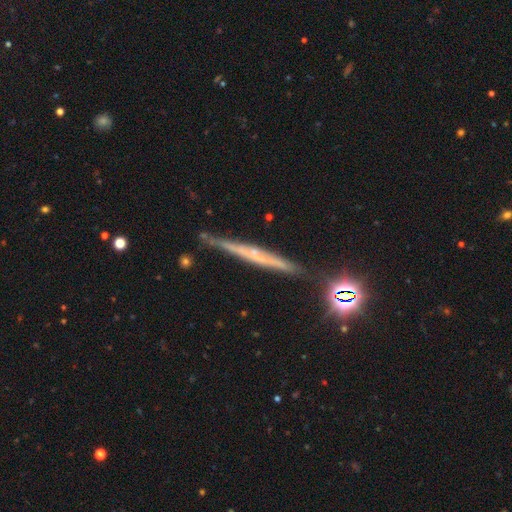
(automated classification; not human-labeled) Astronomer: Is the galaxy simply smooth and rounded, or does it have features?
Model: featured or disk — 63%.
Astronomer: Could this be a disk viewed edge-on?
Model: yes — 97%.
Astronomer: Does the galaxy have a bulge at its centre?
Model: none — 64%.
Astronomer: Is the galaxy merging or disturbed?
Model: none — 83%.